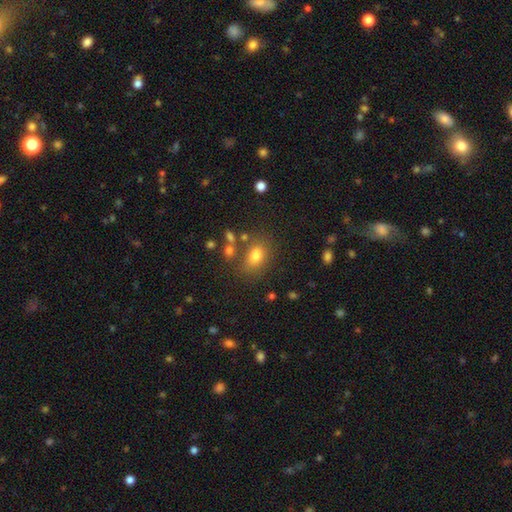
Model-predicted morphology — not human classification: Q: Smooth or featured?
A: smooth (78%); runner-up: star or artifact (13%)
Q: How rounded?
A: in between (74%); runner-up: round (24%)
Q: Merging?
A: none (70%); runner-up: minor disturbance (15%)